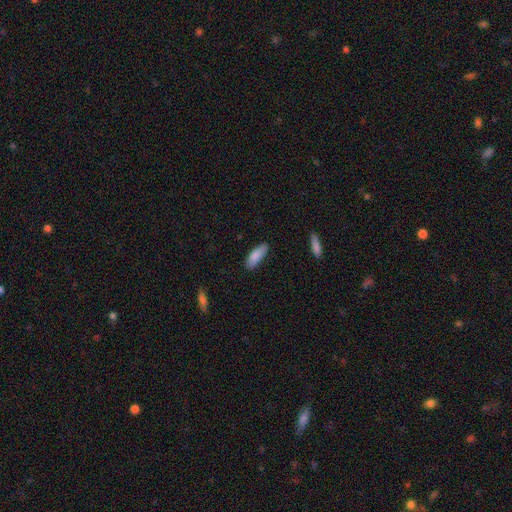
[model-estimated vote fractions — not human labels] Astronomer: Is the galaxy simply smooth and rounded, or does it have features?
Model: smooth — 85%.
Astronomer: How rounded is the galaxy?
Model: in between — 61% (runner-up: cigar-shaped, 38%).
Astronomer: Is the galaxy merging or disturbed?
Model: none — 83%.